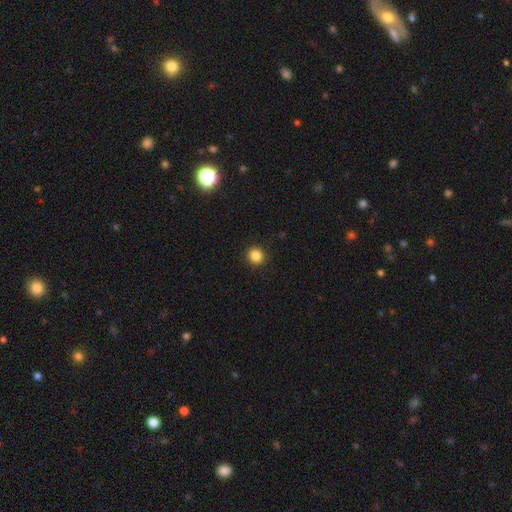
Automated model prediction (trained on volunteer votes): A smooth galaxy with no disk features (85%) that is round (90%).

Vote fractions:
- Smooth or featured? smooth: 85% / star or artifact: 11% / featured or disk: 4%
- How rounded? round: 90% / in between: 9% / cigar-shaped: 1%
- Merging? none: 92% / minor disturbance: 5% / major disturbance: 2% / merger: 1%